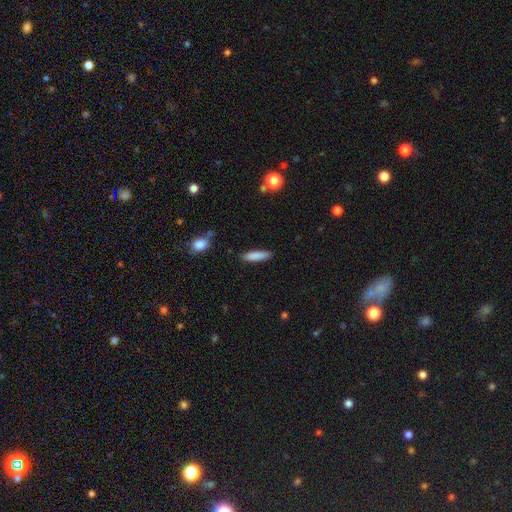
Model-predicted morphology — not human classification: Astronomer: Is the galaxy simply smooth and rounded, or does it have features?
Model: smooth — 84%.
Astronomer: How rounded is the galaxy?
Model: cigar-shaped — 78%.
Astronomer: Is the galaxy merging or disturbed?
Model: none — 86%.